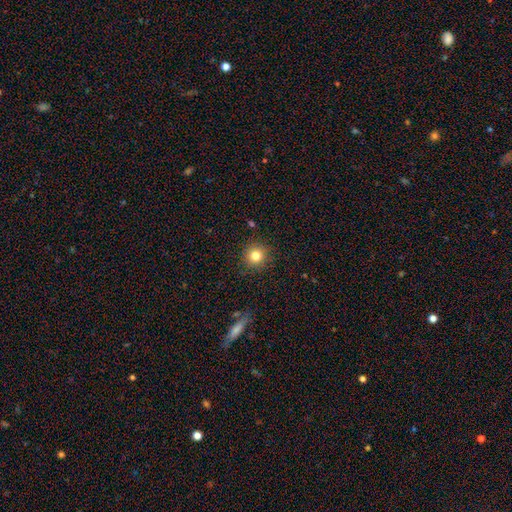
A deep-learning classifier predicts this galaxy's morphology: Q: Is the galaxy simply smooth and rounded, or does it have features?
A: smooth — 81%.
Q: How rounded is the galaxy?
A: round — 93%.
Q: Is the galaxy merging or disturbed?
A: none — 89%.